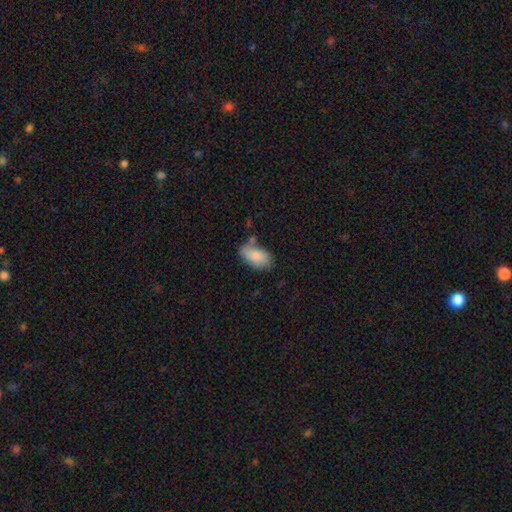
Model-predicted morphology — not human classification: This is clearly a smooth galaxy (84%). How rounded: clearly in between (93%). Merging: possibly none (59%).